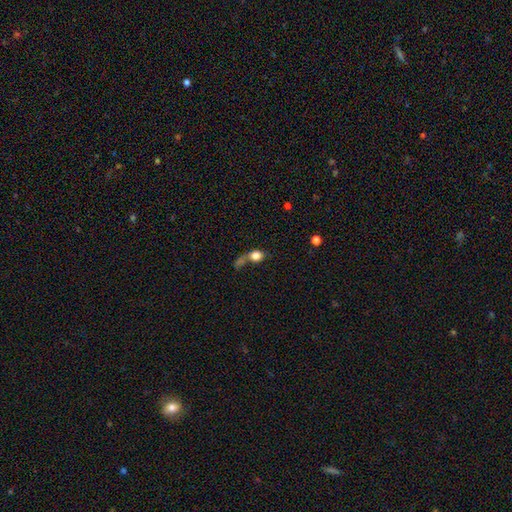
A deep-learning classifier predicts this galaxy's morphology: A smooth galaxy with no disk features (73%) that is round (53%). Merging: major disturbance (31%, tied with merger).